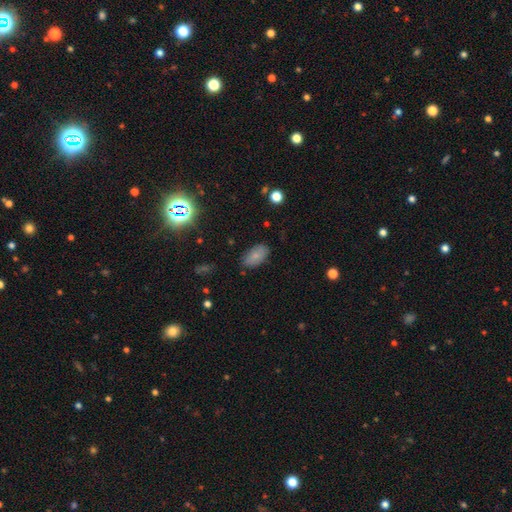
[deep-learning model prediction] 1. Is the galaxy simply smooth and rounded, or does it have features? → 77% smooth, 13% featured or disk, 10% star or artifact.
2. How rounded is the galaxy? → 93% in between, 5% round, 3% cigar-shaped.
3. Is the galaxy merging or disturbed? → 80% none, 15% minor disturbance, 3% major disturbance, 2% merger.